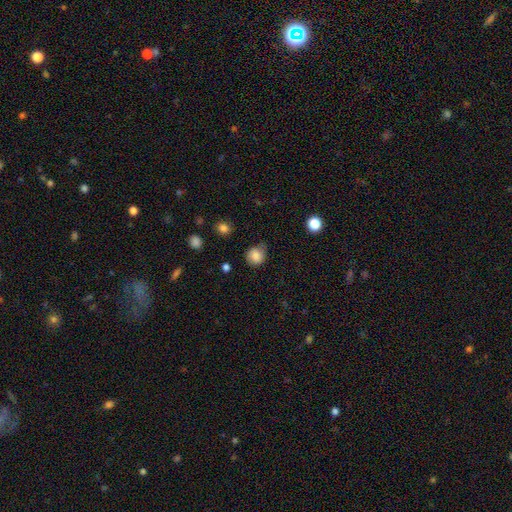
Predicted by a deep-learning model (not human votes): Q: Smooth or featured?
A: smooth (83%); runner-up: star or artifact (10%)
Q: How rounded?
A: round (82%); runner-up: in between (17%)
Q: Merging?
A: none (73%); runner-up: minor disturbance (21%)